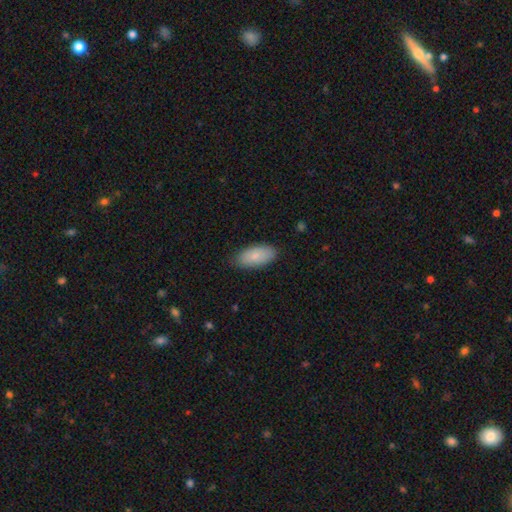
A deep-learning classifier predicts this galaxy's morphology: smooth 85%, featured or disk 9%, star or artifact 6%. Down the decision tree: how rounded — in between (93%); merging — none (84%).